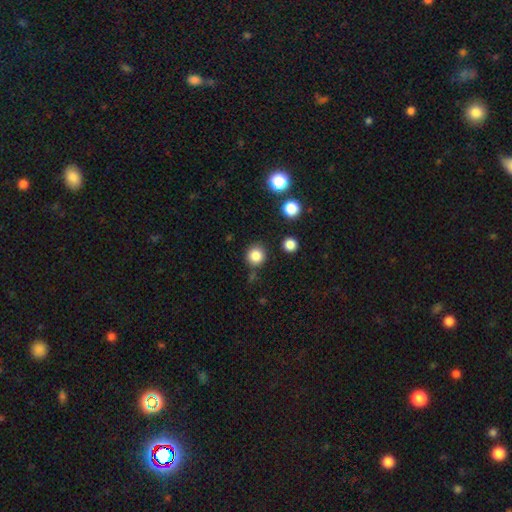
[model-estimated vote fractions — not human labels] Morphology: type=smooth (84%); roundness=round (92%); merging=none (84%).